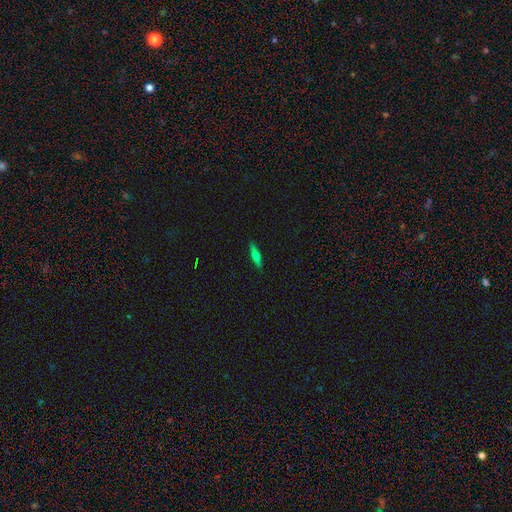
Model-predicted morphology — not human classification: type=smooth (56%); roundness=cigar-shaped (81%); merging=none (88%).